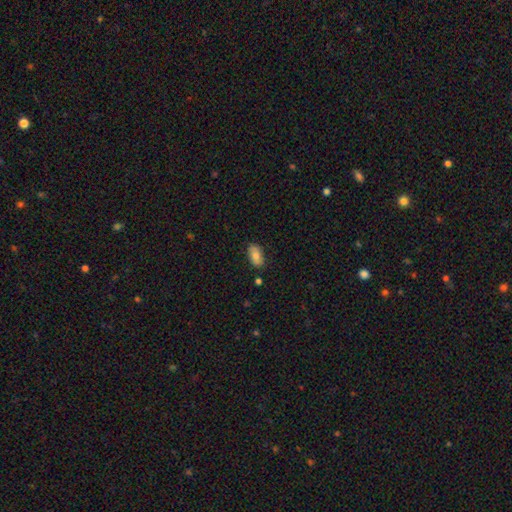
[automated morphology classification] Smooth or featured? Predicted: smooth (p=0.76). How rounded? Predicted: in between (p=0.92). Merging? Predicted: none (p=0.83).